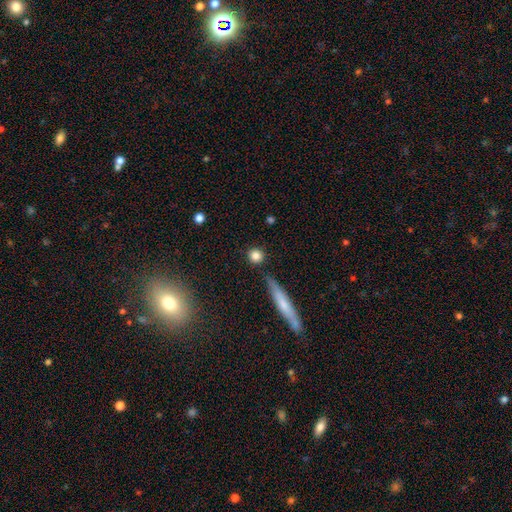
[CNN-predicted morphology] A smooth galaxy with no disk features (83%) that is round (89%). Merging: none (86%).